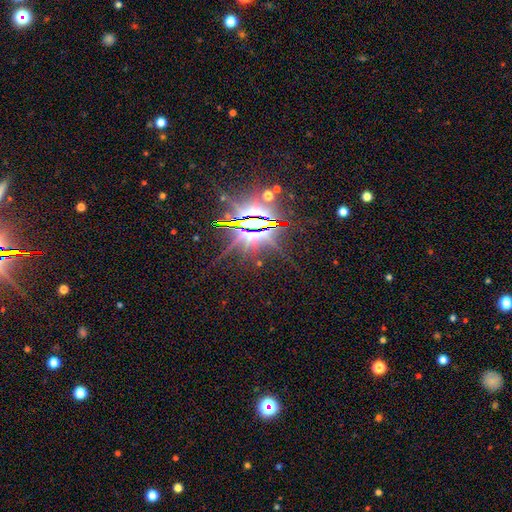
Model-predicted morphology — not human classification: This appears to be a star or artifact, not a galaxy (87%).